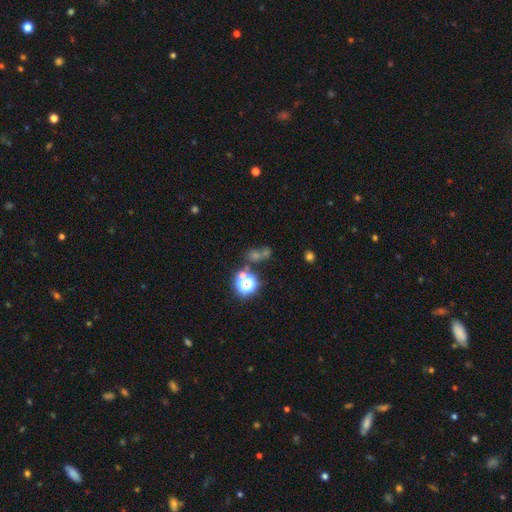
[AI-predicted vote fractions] Morphology: type=star or artifact (53%).